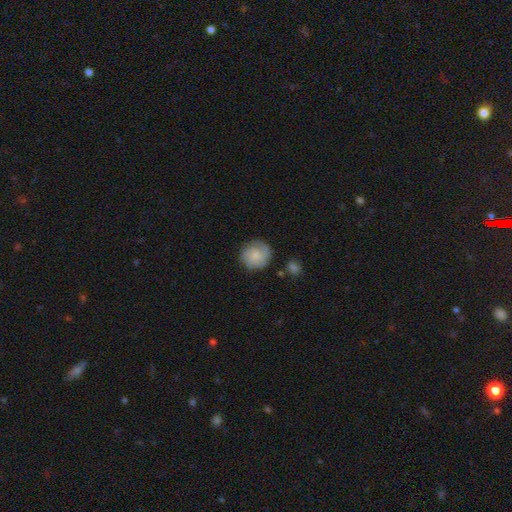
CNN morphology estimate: smooth-or-featured: featured or disk: 48% | smooth: 45% | star or artifact: 7%
  merging: none: 78% | minor disturbance: 15% | major disturbance: 5% | merger: 2%